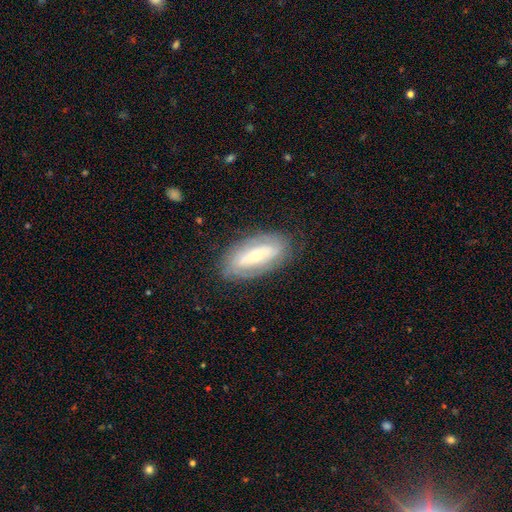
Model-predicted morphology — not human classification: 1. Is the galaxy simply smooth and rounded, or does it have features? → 67% featured or disk, 26% smooth, 7% star or artifact.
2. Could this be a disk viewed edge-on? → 87% no, 13% yes.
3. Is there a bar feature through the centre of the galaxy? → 36% no, 35% strong, 28% weak.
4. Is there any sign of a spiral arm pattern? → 61% yes, 39% no.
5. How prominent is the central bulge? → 59% small, 36% moderate, 3% large, 1% dominant, 1% none.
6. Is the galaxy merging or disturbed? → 79% none, 14% minor disturbance, 5% major disturbance, 1% merger.